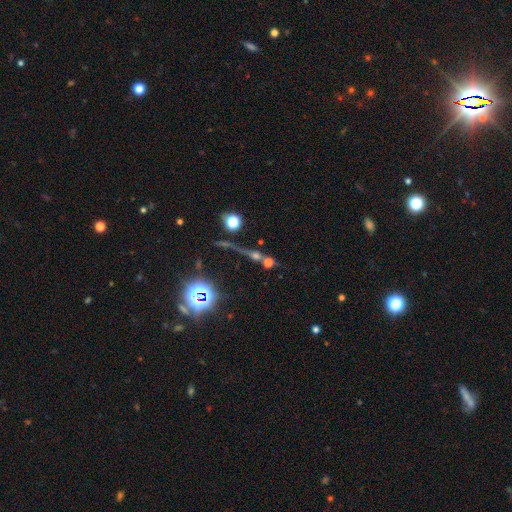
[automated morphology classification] smooth 38%, star or artifact 34%, featured or disk 27%. Down the decision tree: merging — none (43%).